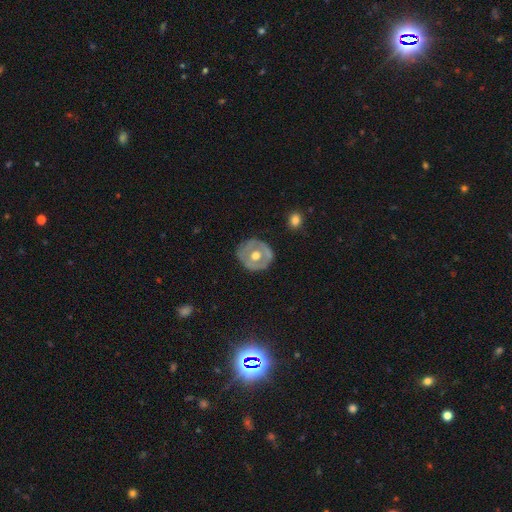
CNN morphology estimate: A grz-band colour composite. It shows a featured or disk galaxy (57%) with no bar (81%), no spiral arms (79%) and a moderate central bulge (77%). Merging: none (76%).